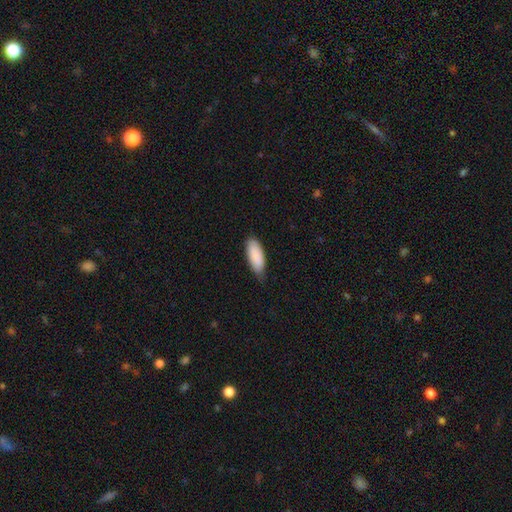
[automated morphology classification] A smooth galaxy with no disk features (89%) that is in between round and cigar-shaped (80%). Merging: none (68%).